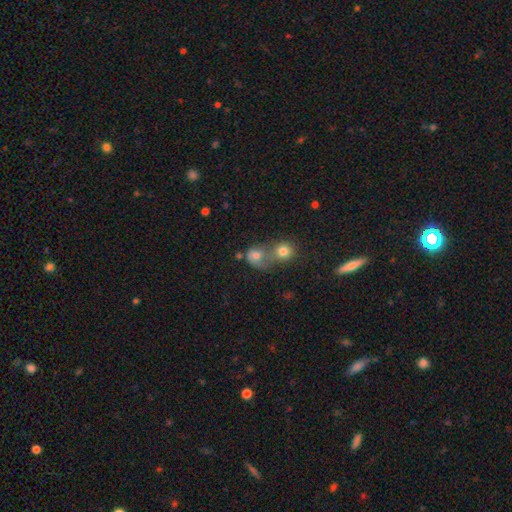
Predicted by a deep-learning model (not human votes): Q: Smooth or featured?
A: smooth (71%); runner-up: featured or disk (17%)
Q: How rounded?
A: round (67%); runner-up: in between (32%)
Q: Merging?
A: merger (67%); runner-up: none (19%)